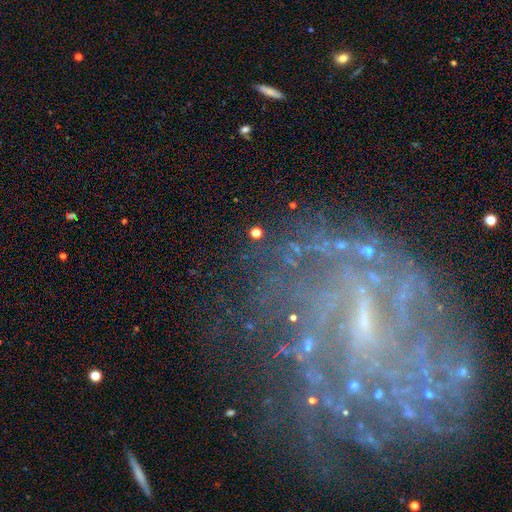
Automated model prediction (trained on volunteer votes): Smooth or featured? Predicted: featured or disk (p=0.78). Edge-on disk? Predicted: no (p=0.97). Bar? Predicted: weak (p=0.50). Spiral arms? Predicted: yes (p=0.75). Spiral winding? Predicted: tight (p=0.48). Spiral arm count? Predicted: can't tell (p=0.51). Bulge size? Predicted: small (p=0.60). Merging? Predicted: none (p=0.59).